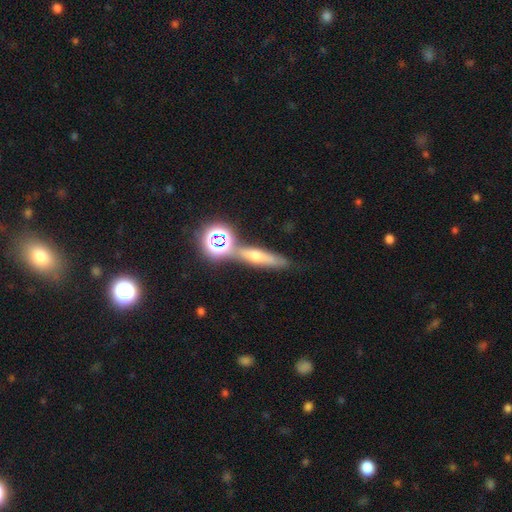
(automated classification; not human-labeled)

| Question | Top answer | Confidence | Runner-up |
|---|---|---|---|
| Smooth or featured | smooth | 41% | featured or disk (32%) |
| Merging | none | 72% | merger (12%) |